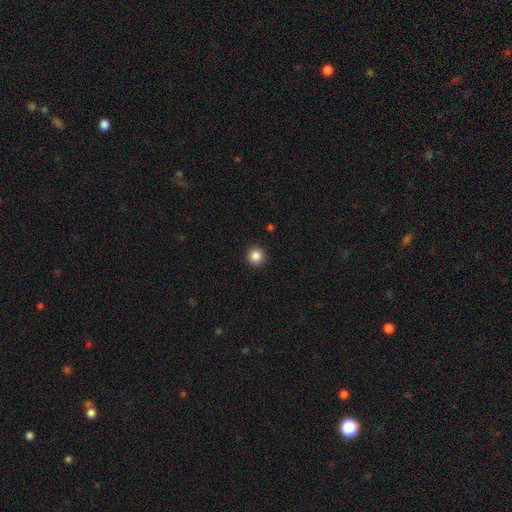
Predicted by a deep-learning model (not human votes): This is clearly a smooth galaxy (86%). How rounded: clearly round (94%). Merging: clearly none (93%).